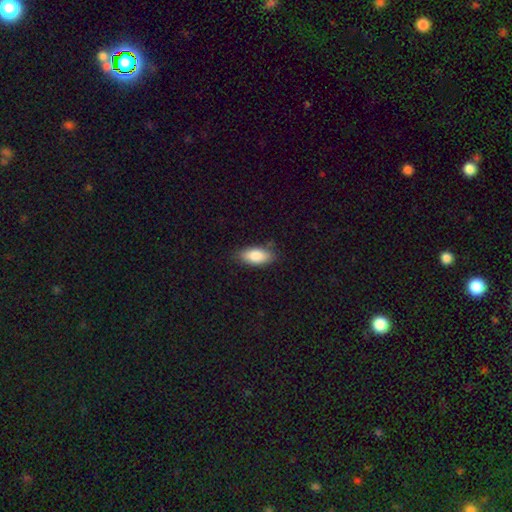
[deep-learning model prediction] smooth_or_featured: smooth (p=0.85) [alt: featured or disk p=0.08]
how_rounded: in between (p=0.89) [alt: cigar-shaped p=0.08]
merging: none (p=0.81) [alt: minor disturbance p=0.15]